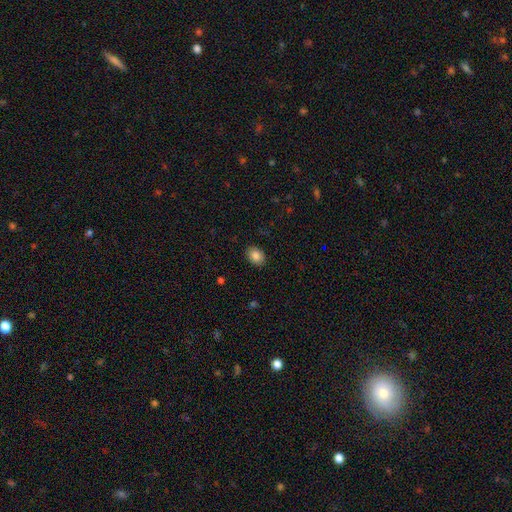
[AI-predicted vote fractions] A smooth galaxy with no disk features (85%) that is in between round and cigar-shaped (67%).

Vote fractions:
- Smooth or featured? smooth: 85% / star or artifact: 8% / featured or disk: 7%
- How rounded? in between: 67% / round: 32% / cigar-shaped: 1%
- Merging? none: 89% / minor disturbance: 8% / major disturbance: 2% / merger: 1%